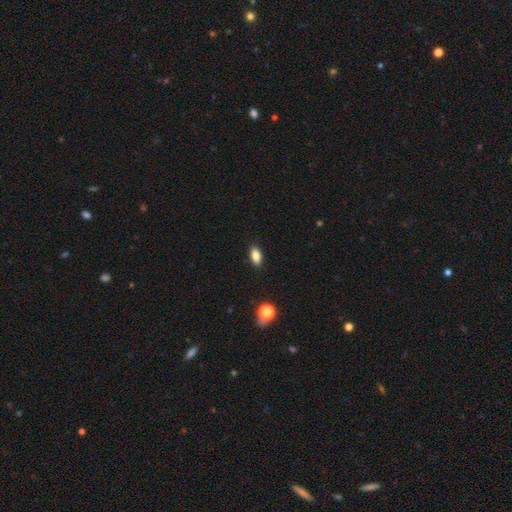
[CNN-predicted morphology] Overall: smooth (85%). How rounded: in between (85%). Merging: none (89%).